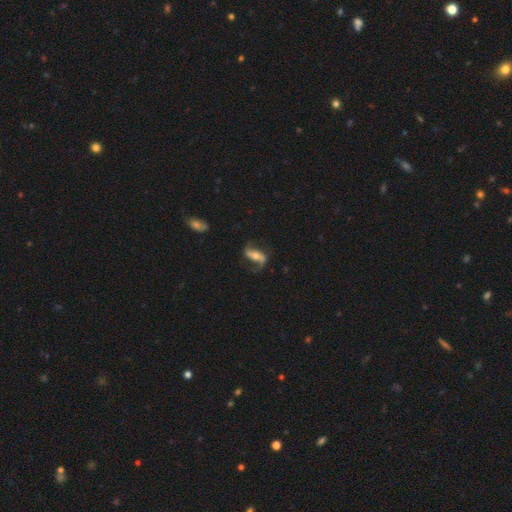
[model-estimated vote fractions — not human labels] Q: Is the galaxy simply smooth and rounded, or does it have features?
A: featured or disk — 78%.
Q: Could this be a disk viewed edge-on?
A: no — 91%.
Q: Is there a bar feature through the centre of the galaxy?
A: strong — 46%.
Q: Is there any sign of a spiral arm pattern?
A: yes — 92%.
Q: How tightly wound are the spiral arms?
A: loose — 65%.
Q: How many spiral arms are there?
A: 2 — 88%.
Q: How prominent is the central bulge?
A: moderate — 54%.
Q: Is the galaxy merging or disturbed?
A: none — 65%.